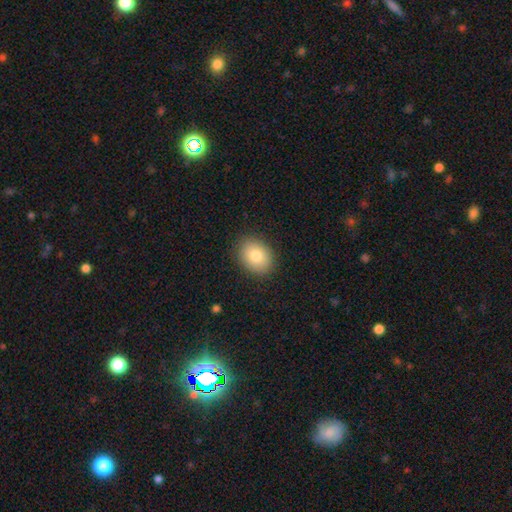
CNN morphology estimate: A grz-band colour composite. It shows a smooth galaxy with no disk features (81%) that is in between round and cigar-shaped (59%). Merging: none (88%).